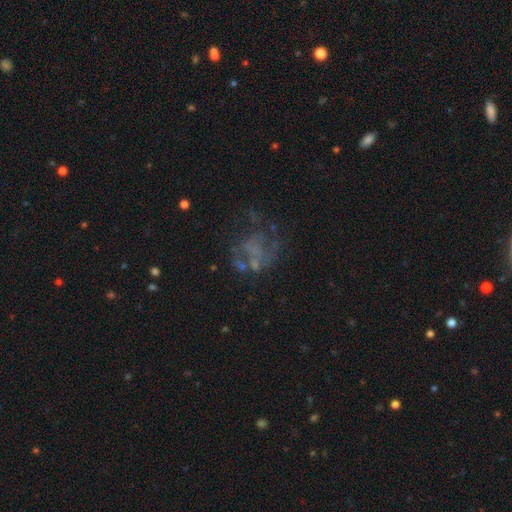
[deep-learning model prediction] Q: Smooth or featured?
A: featured or disk (56%); runner-up: smooth (22%)
Q: Edge-on disk?
A: no (98%); runner-up: yes (2%)
Q: Bar?
A: no (88%); runner-up: weak (9%)
Q: Spiral arms?
A: no (81%); runner-up: yes (19%)
Q: Bulge size?
A: none (79%); runner-up: small (10%)
Q: Merging?
A: none (43%); runner-up: major disturbance (33%)